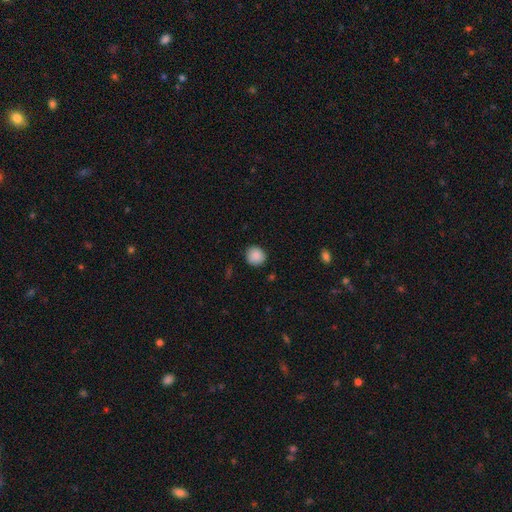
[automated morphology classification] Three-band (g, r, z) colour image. It shows a smooth galaxy with no disk features (88%) that is round (88%). Merging: none (88%).